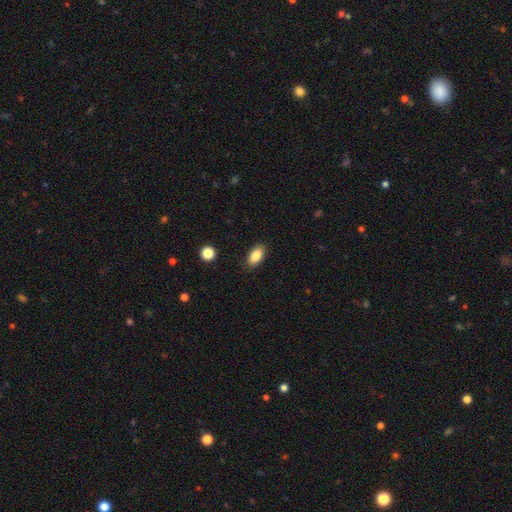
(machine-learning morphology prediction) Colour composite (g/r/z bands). It shows a smooth galaxy with no disk features (86%) that is in between round and cigar-shaped (91%). Merging: none (87%).